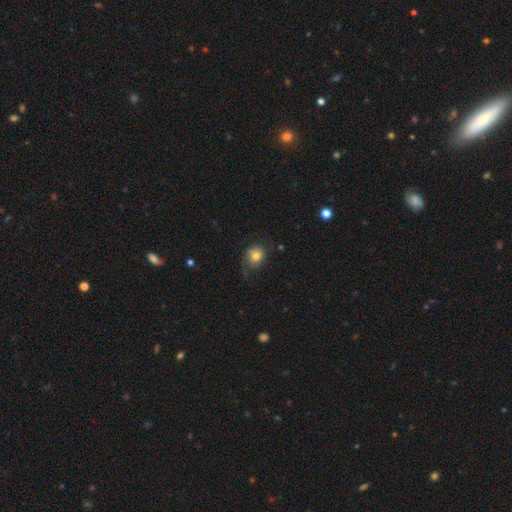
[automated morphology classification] Smooth or featured?
  - smooth: 68% *
  - featured or disk: 22%
  - star or artifact: 10%
How rounded?
  - round: 69% *
  - in between: 30%
  - cigar-shaped: 1%
Merging?
  - none: 52% *
  - minor disturbance: 28%
  - major disturbance: 18%
  - merger: 2%